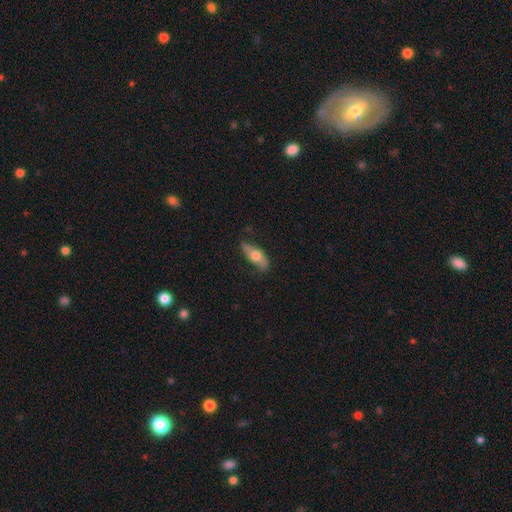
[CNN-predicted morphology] Smooth or featured? smooth (53%)
How rounded? in between (66%)
Merging? none (74%)